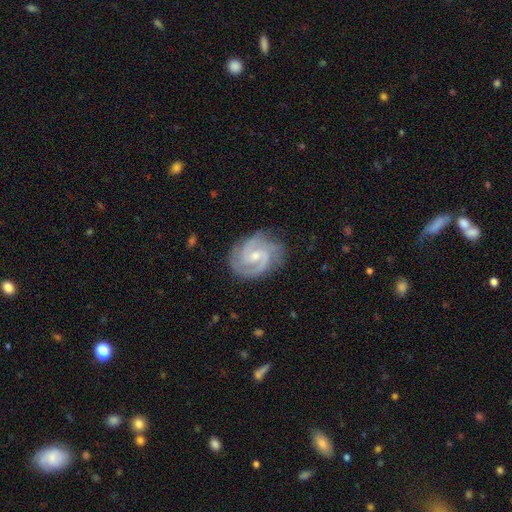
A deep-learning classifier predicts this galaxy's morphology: type=featured or disk (91%); edge-on=no (98%); bar=weak (51%); spiral arms=yes (98%); winding=medium (48%); arm count=2 (77%); bulge=small (49%); merging=none (77%).